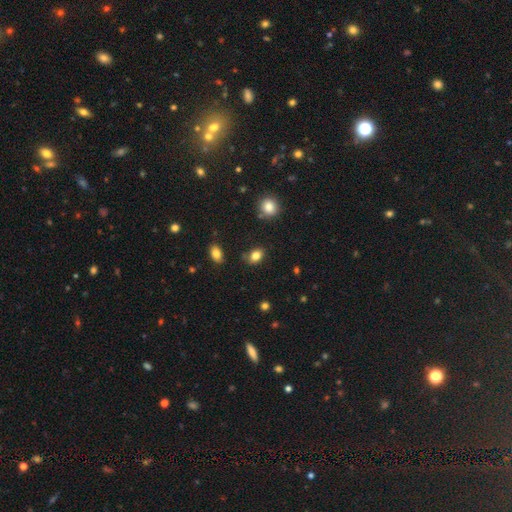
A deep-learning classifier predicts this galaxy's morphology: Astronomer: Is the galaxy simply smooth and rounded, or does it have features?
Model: smooth — 83%.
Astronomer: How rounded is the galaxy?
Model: in between — 77%.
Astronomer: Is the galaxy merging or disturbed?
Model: none — 79%.